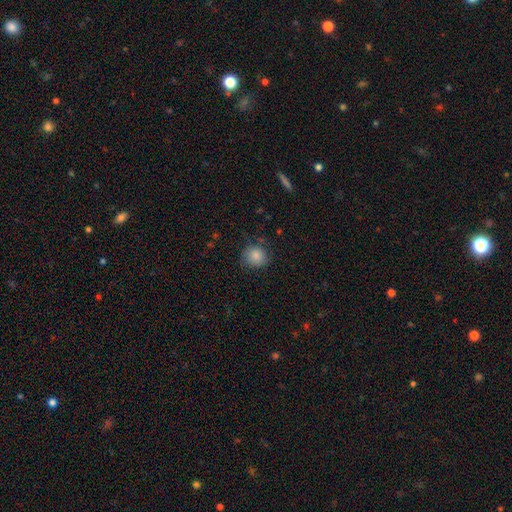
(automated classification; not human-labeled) Morphology: type=smooth (85%); roundness=round (84%); merging=none (75%).